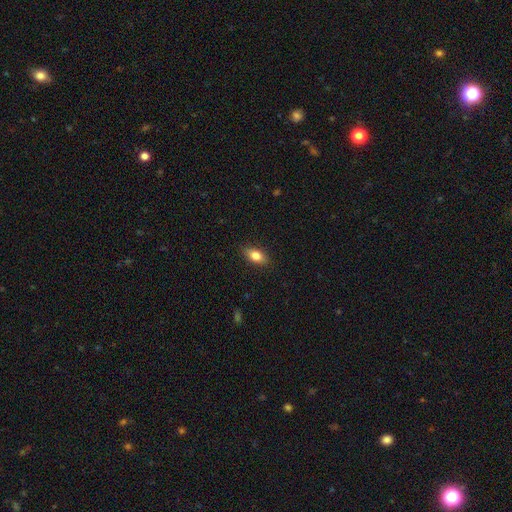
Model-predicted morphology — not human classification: A smooth galaxy with no disk features (80%) that is in between round and cigar-shaped (85%).

Vote fractions:
- Smooth or featured? smooth: 80% / featured or disk: 13% / star or artifact: 8%
- How rounded? in between: 85% / cigar-shaped: 9% / round: 6%
- Merging? none: 88% / minor disturbance: 9% / major disturbance: 2% / merger: 1%